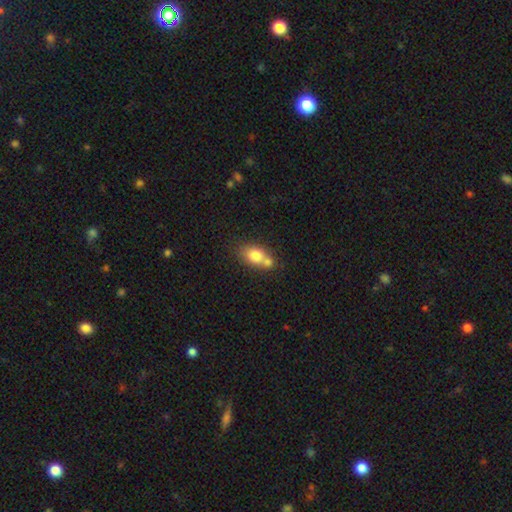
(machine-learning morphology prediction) smooth 75%, featured or disk 16%, star or artifact 9%. Down the decision tree: how rounded — in between (66%); merging — merger (46%).